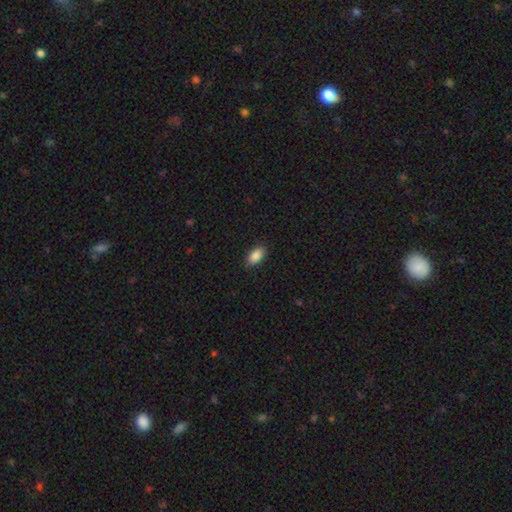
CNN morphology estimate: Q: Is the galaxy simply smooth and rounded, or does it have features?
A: smooth — 89%.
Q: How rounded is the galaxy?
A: in between — 93%.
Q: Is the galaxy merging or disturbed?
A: none — 87%.